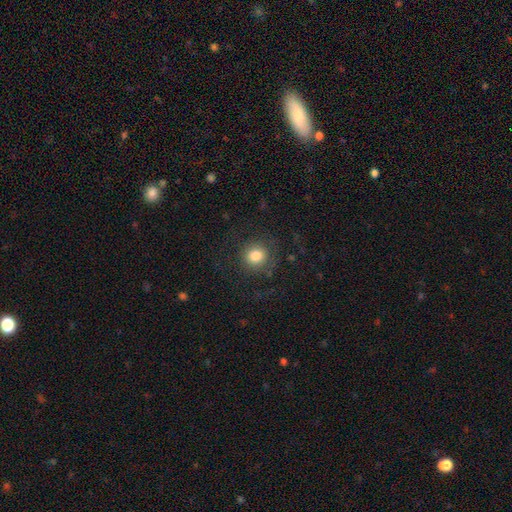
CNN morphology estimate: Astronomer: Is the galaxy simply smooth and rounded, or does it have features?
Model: smooth — 82%.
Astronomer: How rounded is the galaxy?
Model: round — 90%.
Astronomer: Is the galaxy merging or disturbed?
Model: none — 82%.